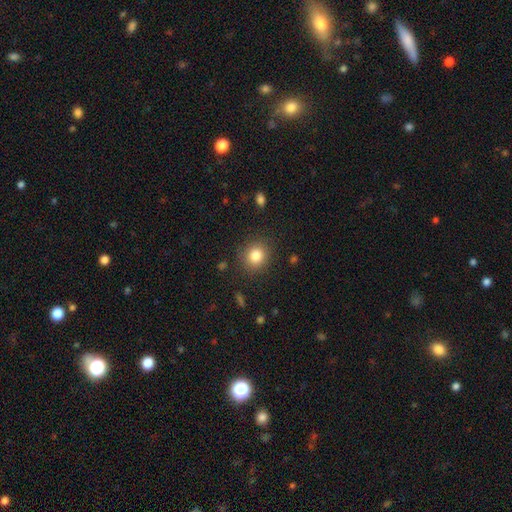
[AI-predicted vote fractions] The model was most divided on "how rounded": round: 85%, in between: 14%, cigar-shaped: 1%. More confident: merging — none (87%); smooth or featured — smooth (83%).